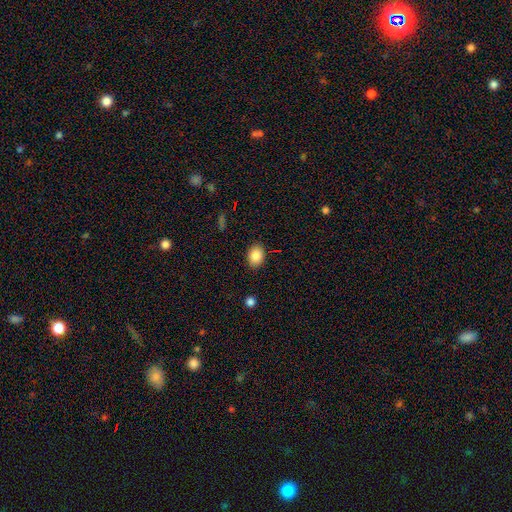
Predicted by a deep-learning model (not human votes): Smooth or featured: smooth — 86% (star or artifact — 8%)
How rounded: in between — 69% (round — 30%)
Merging: none — 87% (minor disturbance — 9%)